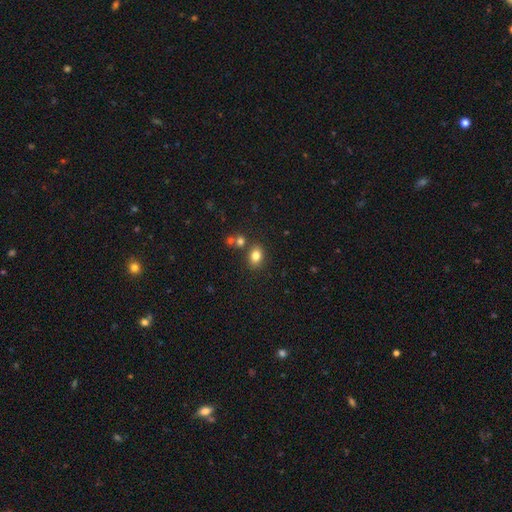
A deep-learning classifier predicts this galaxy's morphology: A smooth galaxy with no disk features (81%) that is in between round and cigar-shaped (60%).

Vote fractions:
- Smooth or featured? smooth: 81% / star or artifact: 12% / featured or disk: 8%
- How rounded? in between: 60% / round: 39% / cigar-shaped: 1%
- Merging? none: 76% / minor disturbance: 11% / merger: 11% / major disturbance: 3%